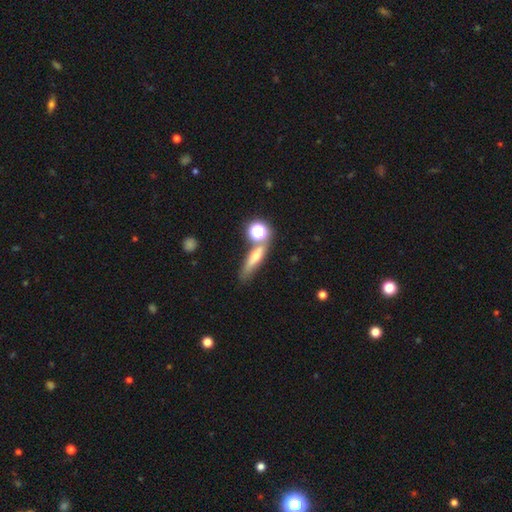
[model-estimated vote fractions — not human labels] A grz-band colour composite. It shows a smooth galaxy with no disk features (48%). Merging: none (60%).